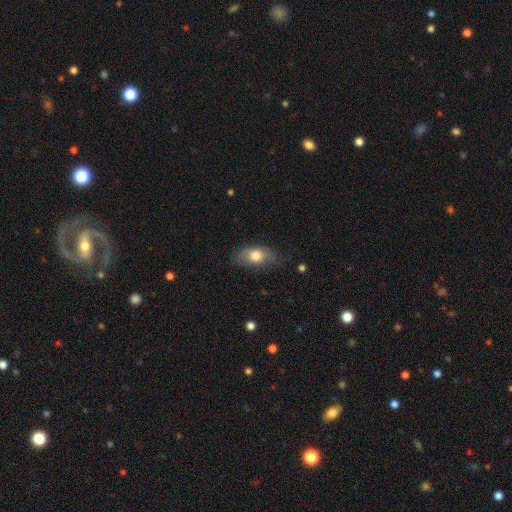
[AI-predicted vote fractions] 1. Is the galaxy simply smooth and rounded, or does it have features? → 76% smooth, 17% featured or disk, 7% star or artifact.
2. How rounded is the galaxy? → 86% in between, 9% round, 5% cigar-shaped.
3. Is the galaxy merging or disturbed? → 64% none, 25% minor disturbance, 9% major disturbance, 1% merger.